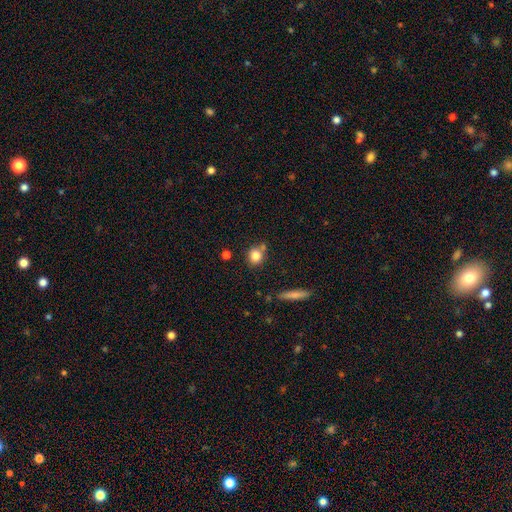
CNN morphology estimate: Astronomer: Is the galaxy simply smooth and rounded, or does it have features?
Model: smooth — 81%.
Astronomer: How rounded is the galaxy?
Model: round — 78%.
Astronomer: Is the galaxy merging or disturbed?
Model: none — 66%.